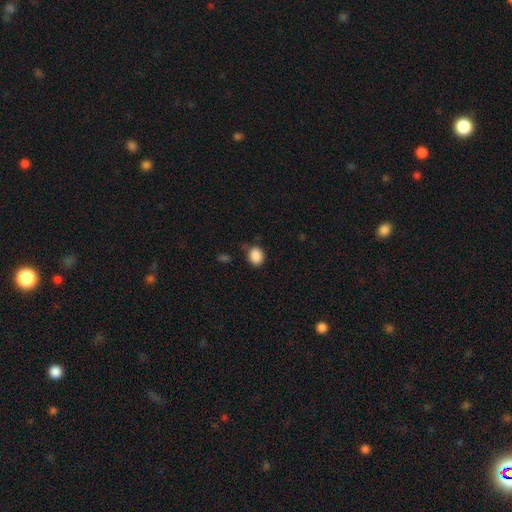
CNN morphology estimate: Smooth or featured: smooth — 88% (star or artifact — 9%)
How rounded: round — 57% (in between — 42%)
Merging: none — 74% (minor disturbance — 19%)